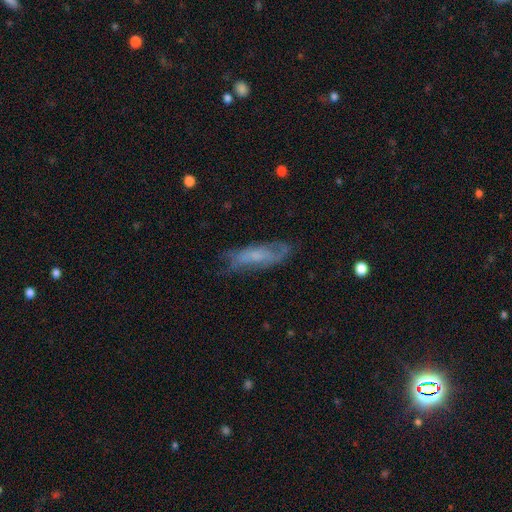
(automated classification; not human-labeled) featured or disk 54%, smooth 37%, star or artifact 8%. Down the decision tree: edge-on disk — no (71%); merging — none (63%).